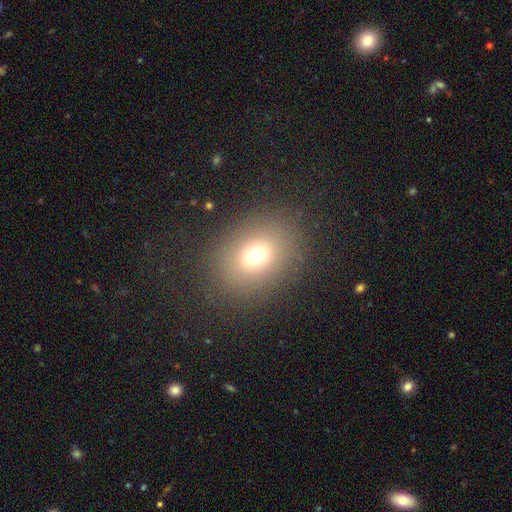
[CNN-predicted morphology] Overall: smooth (71%). How rounded: round (50%; in between 49%). Merging: none (85%).